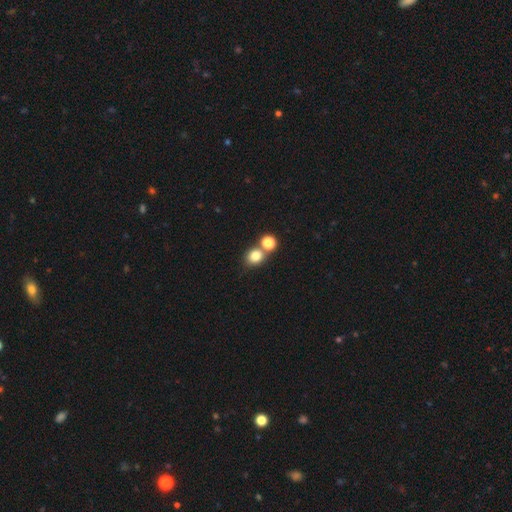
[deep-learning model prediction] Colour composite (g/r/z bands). It shows a smooth galaxy with no disk features (80%) that is round (71%). Merging: none (55%).